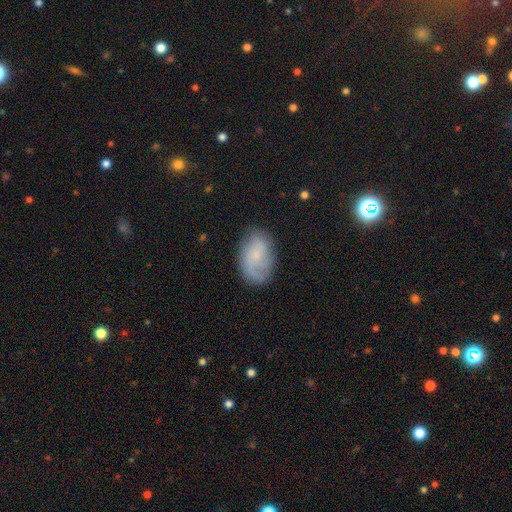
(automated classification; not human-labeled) smooth_or_featured: smooth (p=0.48) [alt: featured or disk p=0.43]
merging: none (p=0.68) [alt: minor disturbance p=0.22]